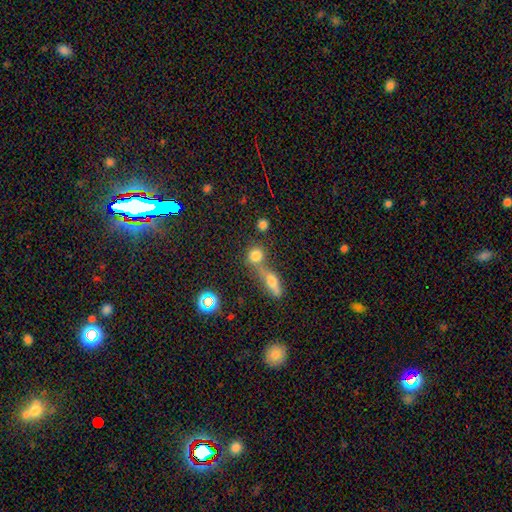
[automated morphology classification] A smooth galaxy with no disk features (76%) that is round (78%).

Vote fractions:
- Smooth or featured? smooth: 76% / star or artifact: 15% / featured or disk: 10%
- How rounded? round: 78% / in between: 18% / cigar-shaped: 4%
- Merging? none: 49% / merger: 39% / minor disturbance: 8% / major disturbance: 4%